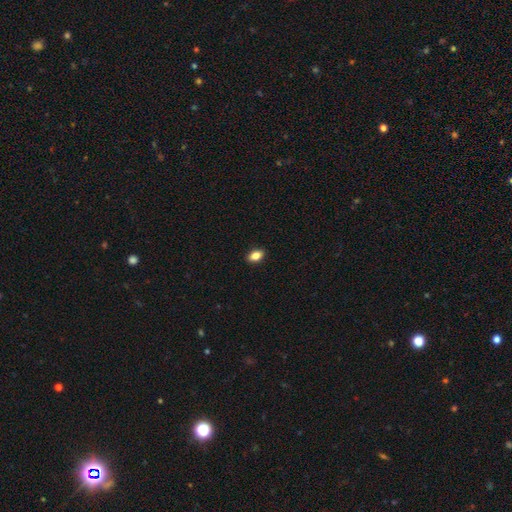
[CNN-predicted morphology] The model was most divided on "smooth or featured": smooth: 85%, star or artifact: 9%, featured or disk: 7%. More confident: merging — none (90%); how rounded — in between (88%).